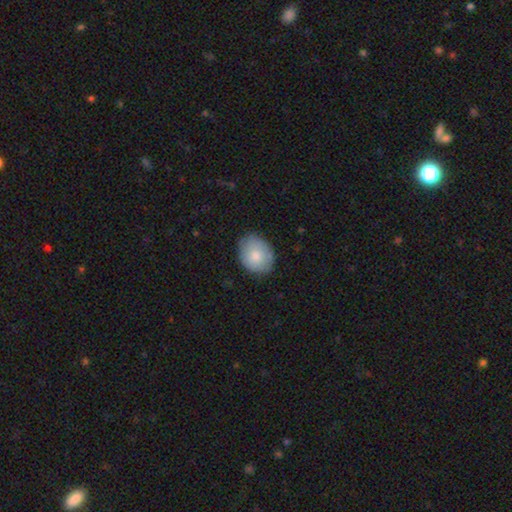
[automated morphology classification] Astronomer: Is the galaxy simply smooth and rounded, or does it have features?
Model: smooth — 77%.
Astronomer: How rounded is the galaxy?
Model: in between — 53% (runner-up: round, 46%).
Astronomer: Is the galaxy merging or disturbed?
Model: none — 74%.